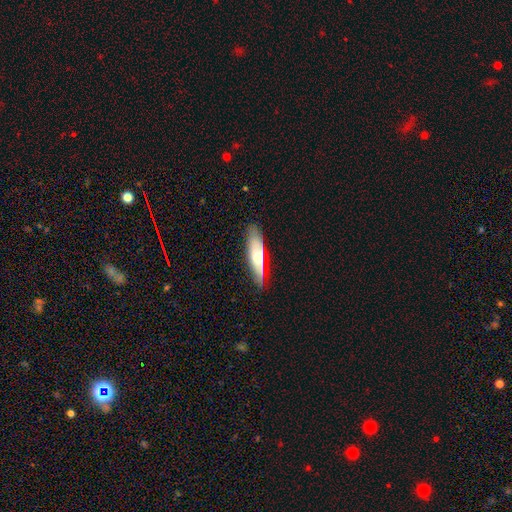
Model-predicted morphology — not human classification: Q: Smooth or featured?
A: smooth (58%); runner-up: featured or disk (33%)
Q: How rounded?
A: cigar-shaped (55%); runner-up: in between (42%)
Q: Merging?
A: none (82%); runner-up: minor disturbance (13%)